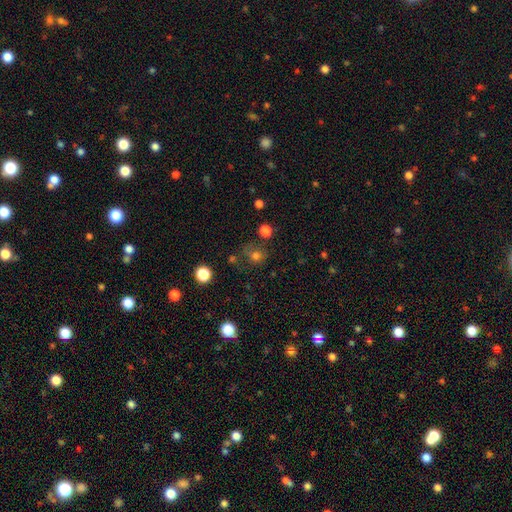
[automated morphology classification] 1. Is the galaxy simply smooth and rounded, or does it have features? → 68% smooth, 22% star or artifact, 10% featured or disk.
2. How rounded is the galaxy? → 76% round, 23% in between, 1% cigar-shaped.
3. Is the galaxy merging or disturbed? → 61% none, 19% minor disturbance, 12% major disturbance, 8% merger.